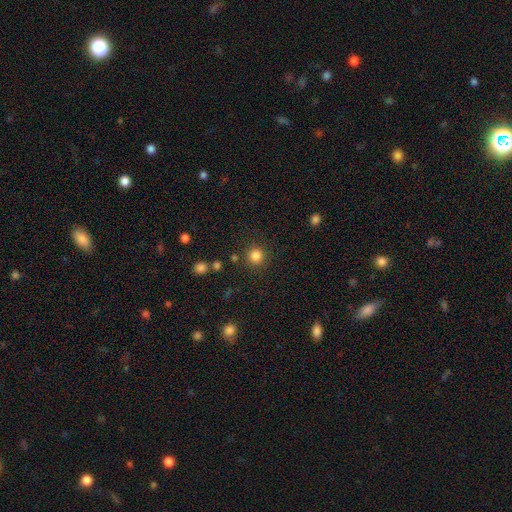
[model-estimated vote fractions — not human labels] Overall: smooth (83%). How rounded: round (94%). Merging: none (87%).